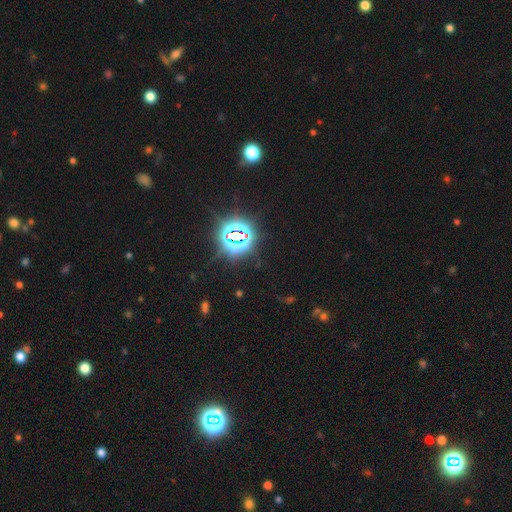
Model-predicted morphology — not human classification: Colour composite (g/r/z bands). It shows a star or artifact, not a galaxy (80%).